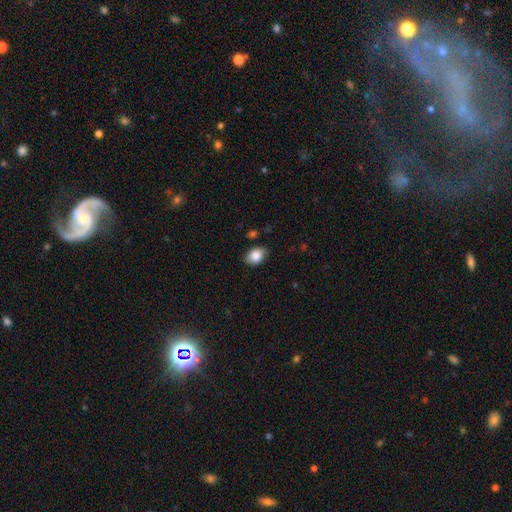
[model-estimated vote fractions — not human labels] Smooth or featured? smooth (86%)
How rounded? in between (81%)
Merging? none (82%)